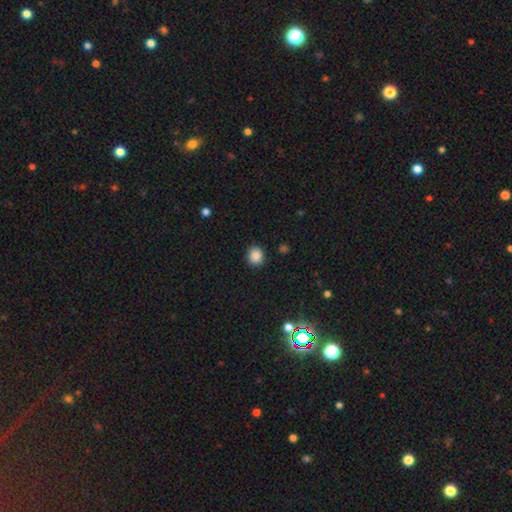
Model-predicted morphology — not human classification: This appears to be a smooth galaxy with no disk features (87%) that is round (79%). Merging: none (89%).